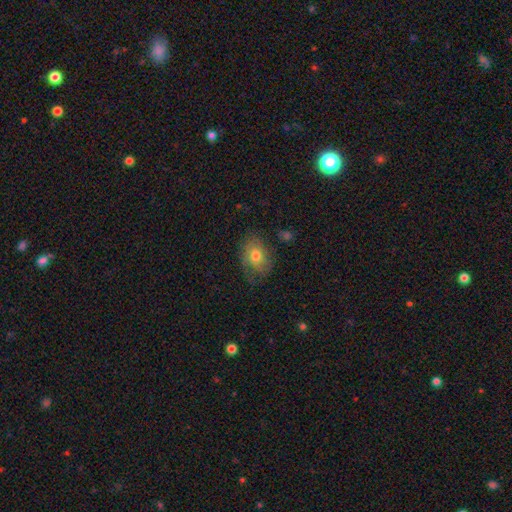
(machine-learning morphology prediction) Q: Smooth or featured?
A: smooth (68%); runner-up: featured or disk (23%)
Q: How rounded?
A: in between (71%); runner-up: round (28%)
Q: Merging?
A: none (64%); runner-up: minor disturbance (24%)